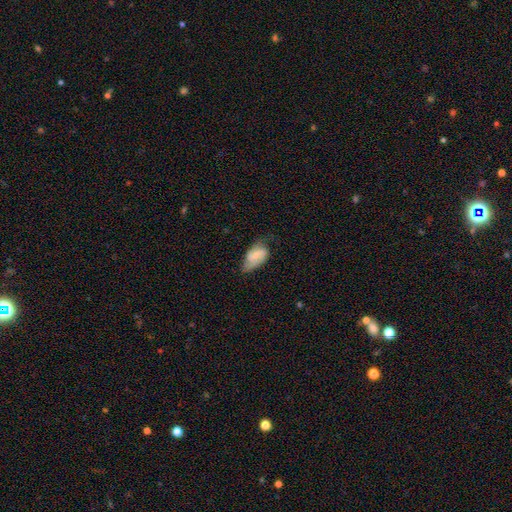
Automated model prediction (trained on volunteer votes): A smooth galaxy with no disk features (49%). Merging: none (49%).